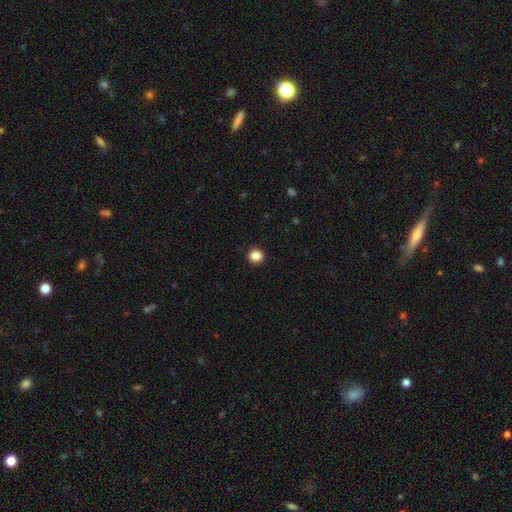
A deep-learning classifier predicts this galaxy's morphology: A smooth galaxy with no disk features (86%) that is round (94%).

Vote fractions:
- Smooth or featured? smooth: 86% / star or artifact: 11% / featured or disk: 3%
- How rounded? round: 94% / in between: 5% / cigar-shaped: 1%
- Merging? none: 93% / minor disturbance: 4% / major disturbance: 1% / merger: 1%